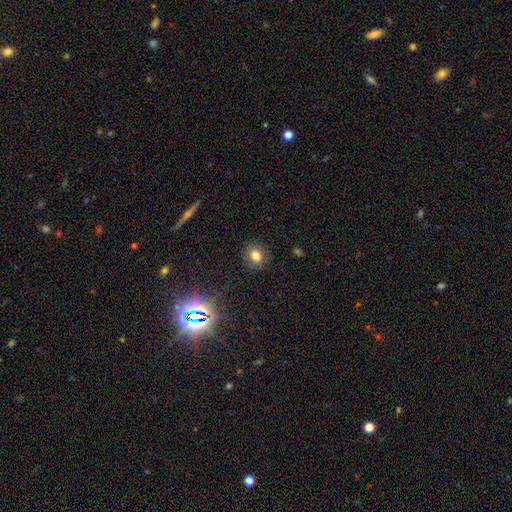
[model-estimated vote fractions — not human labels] smooth-or-featured: smooth: 76% | star or artifact: 16% | featured or disk: 8%
  how-rounded: round: 62% | in between: 37% | cigar-shaped: 1%
  merging: none: 87% | minor disturbance: 9% | major disturbance: 3% | merger: 1%